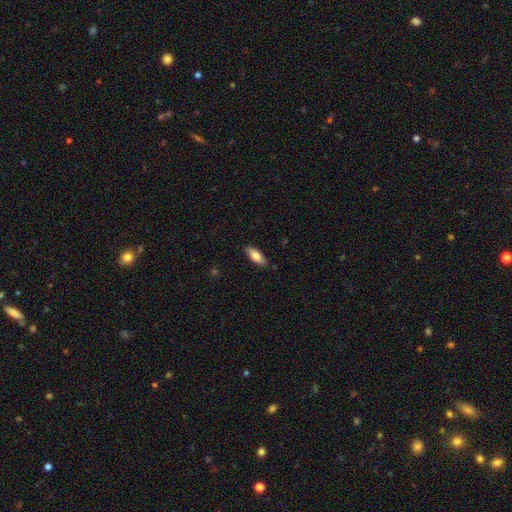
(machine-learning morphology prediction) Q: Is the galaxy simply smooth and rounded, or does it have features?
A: smooth — 81%.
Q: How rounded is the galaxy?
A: in between — 77%.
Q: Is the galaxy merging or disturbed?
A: none — 86%.